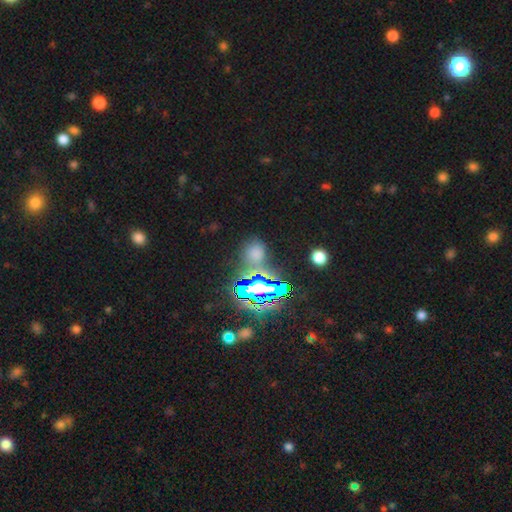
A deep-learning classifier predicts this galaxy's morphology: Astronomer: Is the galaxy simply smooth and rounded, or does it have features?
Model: smooth — 46% (runner-up: star or artifact, 45%).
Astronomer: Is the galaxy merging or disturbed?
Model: none — 72%.